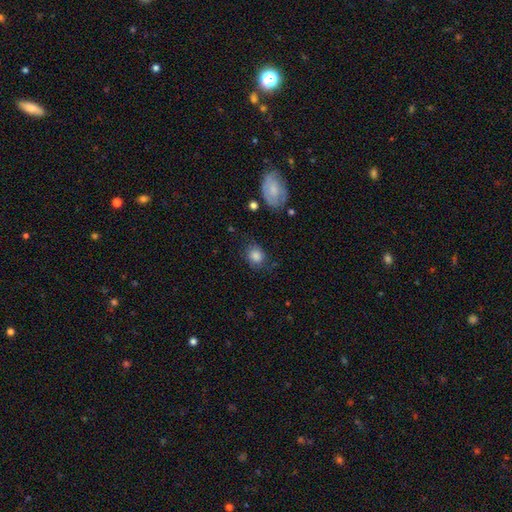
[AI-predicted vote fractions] A smooth galaxy with no disk features (79%) that is round (63%).

Vote fractions:
- Smooth or featured? smooth: 79% / featured or disk: 13% / star or artifact: 9%
- How rounded? round: 63% / in between: 36% / cigar-shaped: 1%
- Merging? none: 66% / minor disturbance: 23% / major disturbance: 9% / merger: 2%